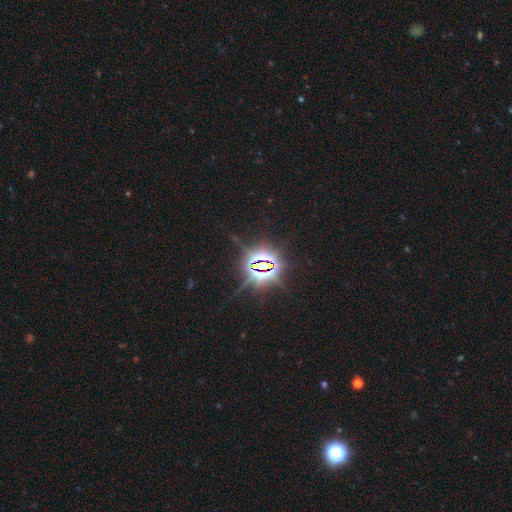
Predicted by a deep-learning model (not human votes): Smooth or featured? star or artifact (85%)